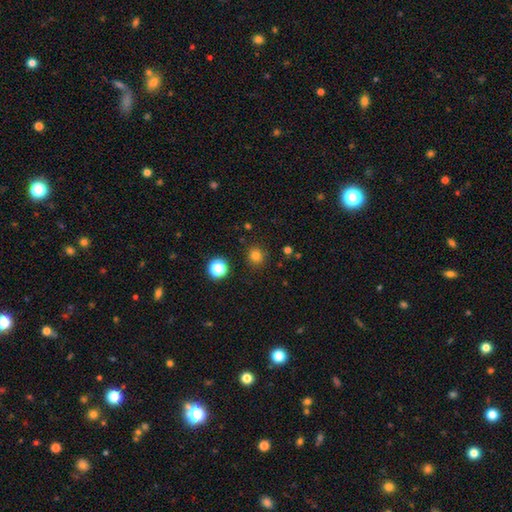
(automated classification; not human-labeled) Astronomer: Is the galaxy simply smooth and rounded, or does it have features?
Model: smooth — 78%.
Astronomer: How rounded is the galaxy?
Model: round — 90%.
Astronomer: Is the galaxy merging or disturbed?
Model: none — 87%.